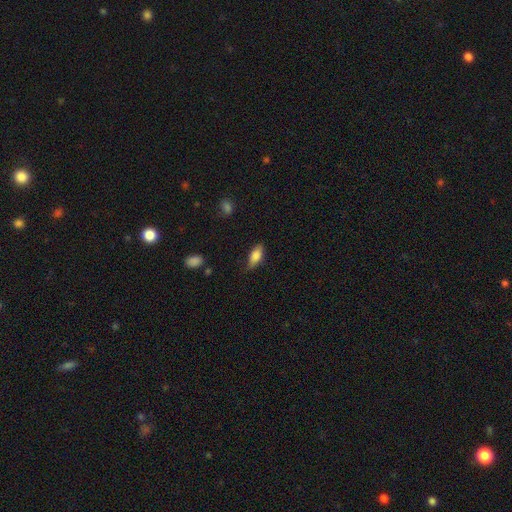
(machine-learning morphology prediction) This is clearly a smooth galaxy (81%). How rounded: clearly in between (82%). Merging: likely none (76%).